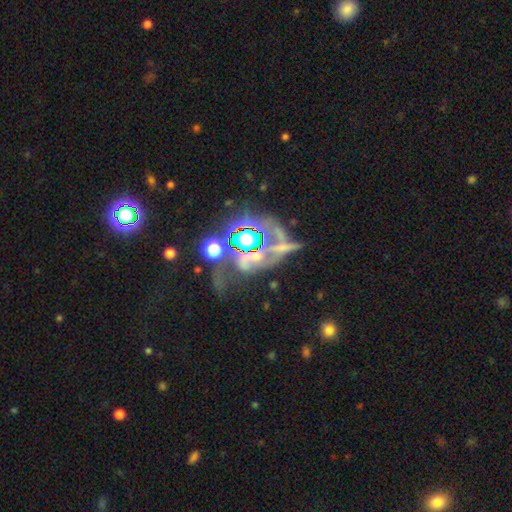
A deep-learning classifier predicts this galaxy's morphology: smooth-or-featured: star or artifact: 55% | featured or disk: 28% | smooth: 17%